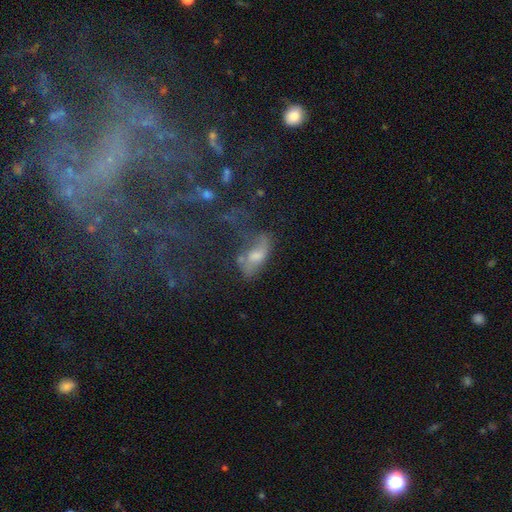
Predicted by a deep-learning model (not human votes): smooth 42%, featured or disk 41%, star or artifact 17%. Down the decision tree: merging — none (33%).